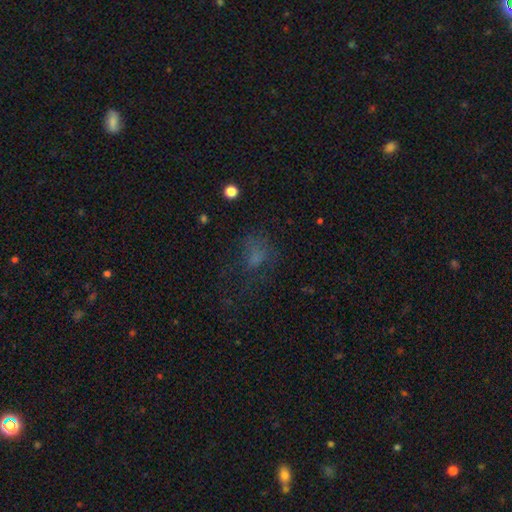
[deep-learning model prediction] This appears to be a smooth galaxy with no disk features (51%) that is in between round and cigar-shaped (57%). Merging: none (41%).